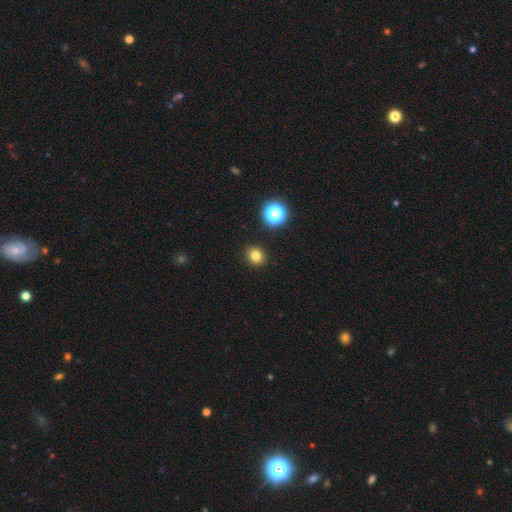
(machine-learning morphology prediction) Smooth or featured: smooth — 79% (star or artifact — 15%)
How rounded: round — 78% (in between — 21%)
Merging: none — 91% (minor disturbance — 6%)